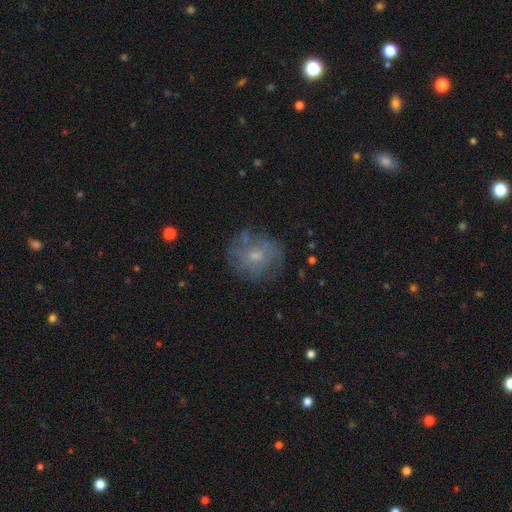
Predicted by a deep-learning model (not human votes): Q: Smooth or featured?
A: featured or disk (48%); runner-up: smooth (41%)
Q: Merging?
A: none (68%); runner-up: minor disturbance (20%)